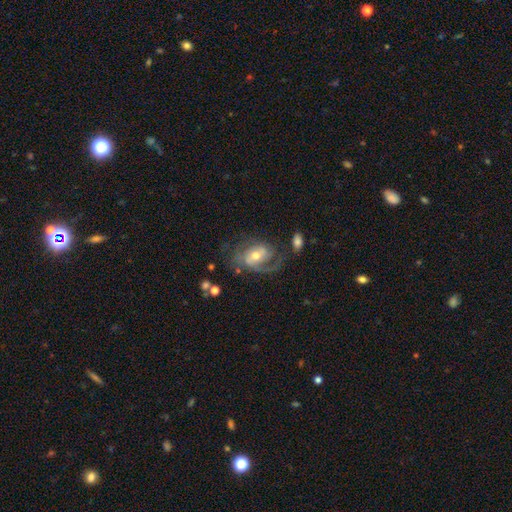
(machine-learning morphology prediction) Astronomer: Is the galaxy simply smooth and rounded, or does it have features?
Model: featured or disk — 78%.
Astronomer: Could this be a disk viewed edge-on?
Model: no — 96%.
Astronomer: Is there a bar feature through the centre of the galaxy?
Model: no — 50% (runner-up: weak, 38%).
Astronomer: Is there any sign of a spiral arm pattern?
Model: yes — 90%.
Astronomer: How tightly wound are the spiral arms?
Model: medium — 43% (runner-up: tight, 30%).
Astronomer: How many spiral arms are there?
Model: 1 — 39% (runner-up: 2, 37%).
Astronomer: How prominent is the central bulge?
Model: moderate — 61%.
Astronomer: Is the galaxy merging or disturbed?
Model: none — 49% (runner-up: major disturbance, 26%).